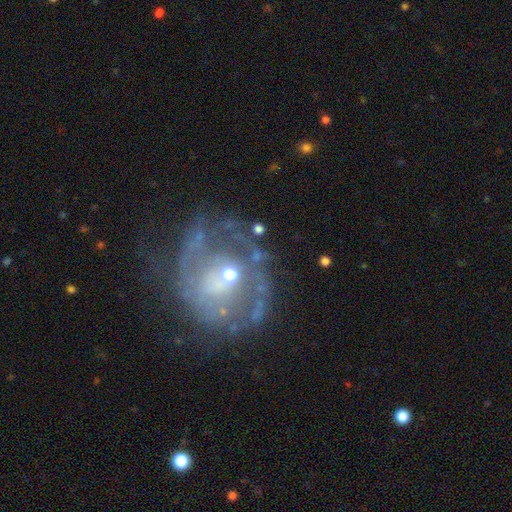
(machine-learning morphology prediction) Smooth or featured? featured or disk (75%)
Edge-on disk? no (97%)
Bar? no (68%)
Spiral arms? yes (70%)
Spiral winding? tight (47%)
Spiral arm count? can't tell (38%)
Bulge size? moderate (50%)
Merging? none (56%)